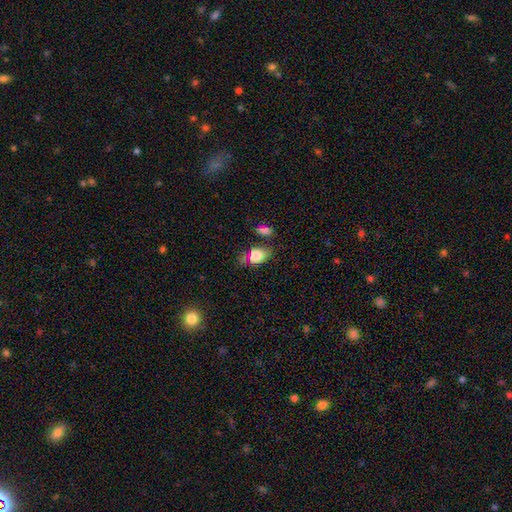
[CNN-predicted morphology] type=smooth (80%); roundness=in between (81%); merging=none (62%).